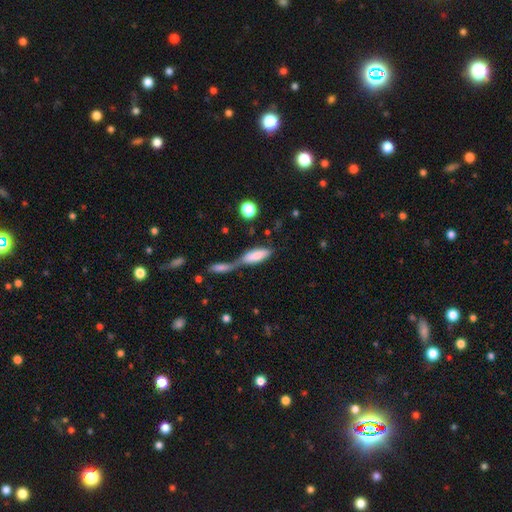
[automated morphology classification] Smooth or featured: smooth — 80% (featured or disk — 13%)
How rounded: in between — 68% (cigar-shaped — 30%)
Merging: merger — 64% (none — 21%)